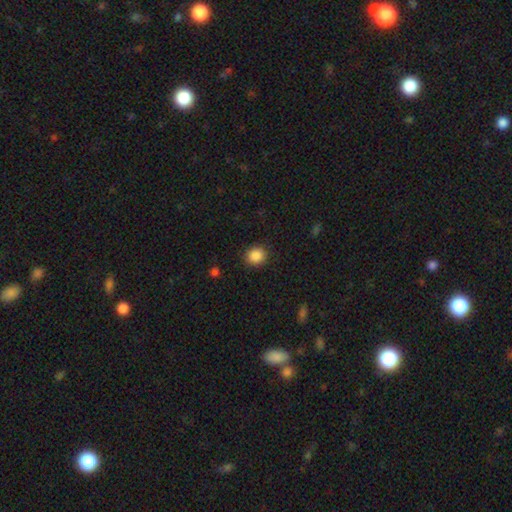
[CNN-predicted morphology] smooth_or_featured: smooth (p=0.87) [alt: star or artifact p=0.10]
how_rounded: round (p=0.79) [alt: in between p=0.20]
merging: none (p=0.90) [alt: minor disturbance p=0.07]